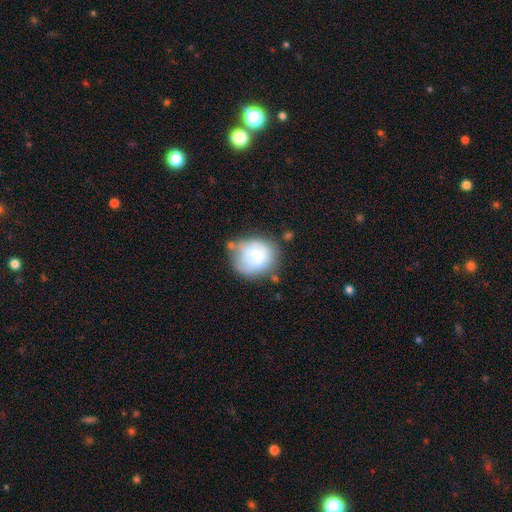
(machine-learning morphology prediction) This is possibly a smooth galaxy (57%). How rounded: likely round (74%). Merging: possibly none (46%).